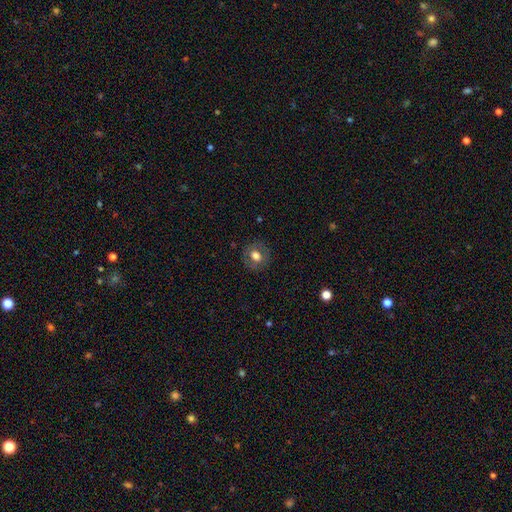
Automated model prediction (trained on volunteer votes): Smooth or featured: smooth — 67% (featured or disk — 23%)
How rounded: round — 78% (in between — 21%)
Merging: none — 85% (minor disturbance — 10%)